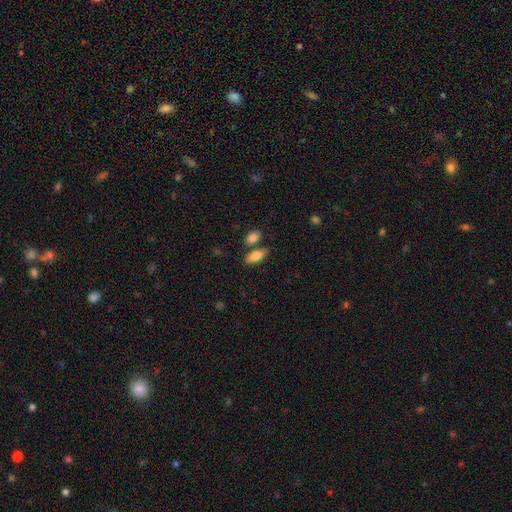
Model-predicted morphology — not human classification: The model was most divided on "merging": none: 67%, merger: 18%, minor disturbance: 12%, major disturbance: 3%. More confident: how rounded — in between (86%); smooth or featured — smooth (84%).